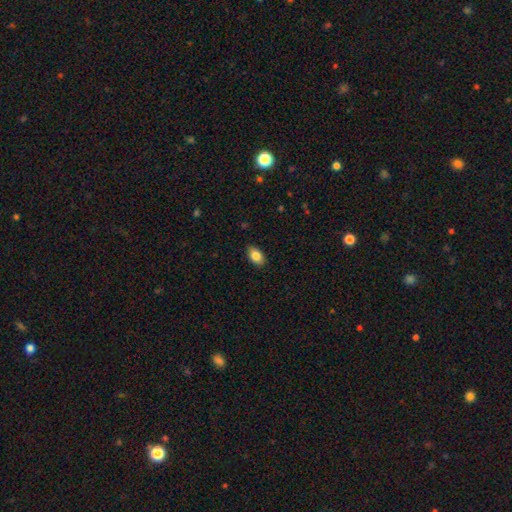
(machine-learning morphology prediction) smooth_or_featured: smooth (p=0.85) [alt: star or artifact p=0.08]
how_rounded: in between (p=0.90) [alt: round p=0.08]
merging: none (p=0.87) [alt: minor disturbance p=0.10]